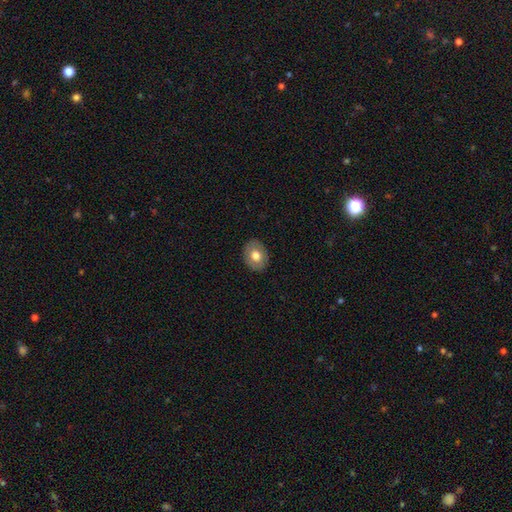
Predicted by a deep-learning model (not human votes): A smooth galaxy with no disk features (72%) that is in between round and cigar-shaped (63%).

Vote fractions:
- Smooth or featured? smooth: 72% / featured or disk: 21% / star or artifact: 7%
- How rounded? in between: 63% / round: 36% / cigar-shaped: 1%
- Merging? none: 88% / minor disturbance: 9% / major disturbance: 2% / merger: 1%